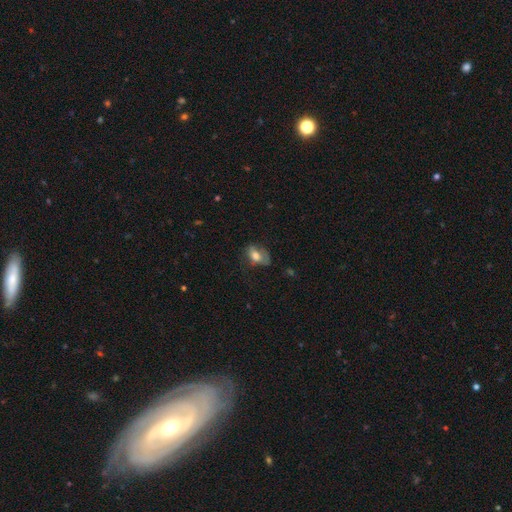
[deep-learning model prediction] Smooth or featured: smooth — 68% (featured or disk — 23%)
How rounded: in between — 86% (round — 11%)
Merging: none — 44% (minor disturbance — 32%)